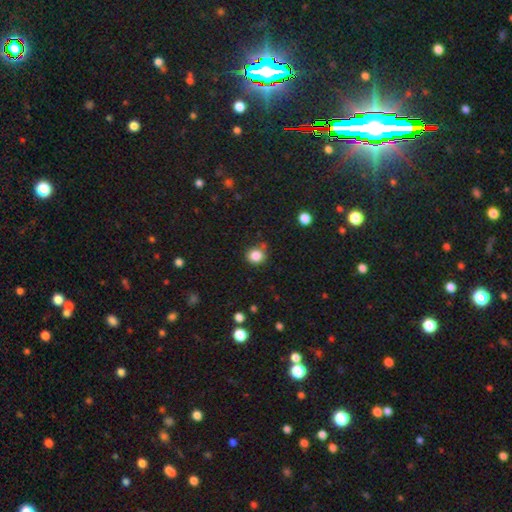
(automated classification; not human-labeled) Overall: smooth (84%). How rounded: round (86%). Merging: none (77%).